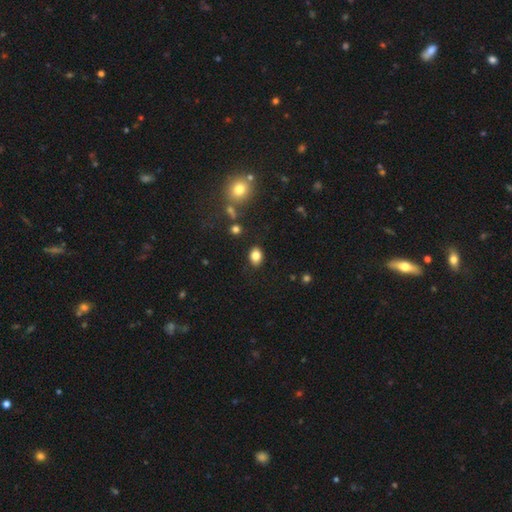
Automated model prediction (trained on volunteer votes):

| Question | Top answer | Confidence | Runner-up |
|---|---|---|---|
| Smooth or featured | smooth | 83% | star or artifact (10%) |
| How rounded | in between | 70% | round (29%) |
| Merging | none | 85% | minor disturbance (10%) |